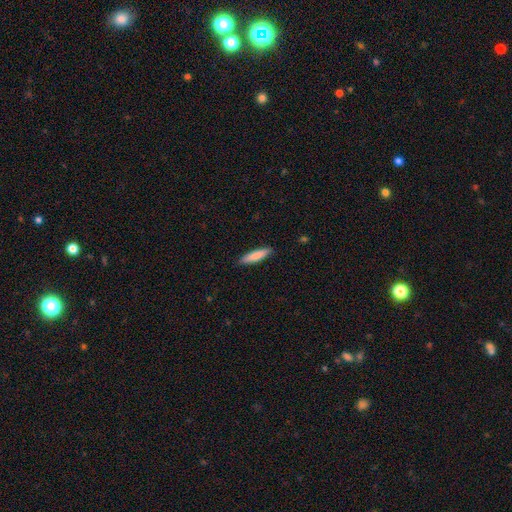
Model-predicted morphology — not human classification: type=smooth (83%); roundness=cigar-shaped (74%); merging=none (89%).